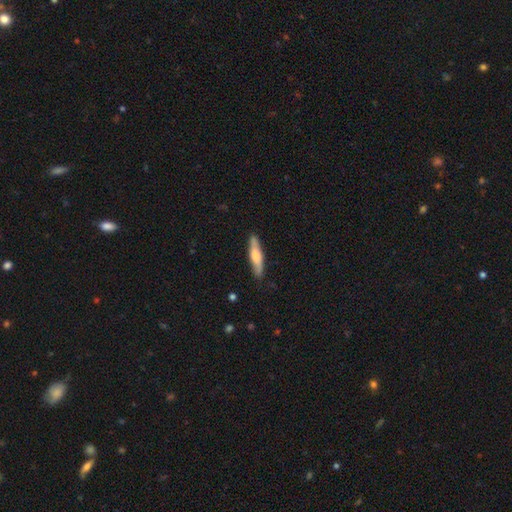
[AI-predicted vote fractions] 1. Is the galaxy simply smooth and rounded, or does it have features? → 51% smooth, 44% featured or disk, 5% star or artifact.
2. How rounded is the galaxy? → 85% cigar-shaped, 13% in between, 2% round.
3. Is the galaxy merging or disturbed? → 87% none, 10% minor disturbance, 2% major disturbance, 1% merger.